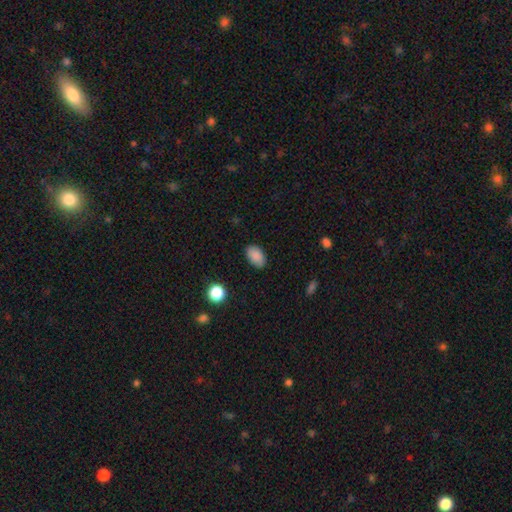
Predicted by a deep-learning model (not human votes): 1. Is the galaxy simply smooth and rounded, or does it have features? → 89% smooth, 8% star or artifact, 4% featured or disk.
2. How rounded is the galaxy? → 91% in between, 8% round, 1% cigar-shaped.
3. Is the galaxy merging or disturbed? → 86% none, 10% minor disturbance, 2% major disturbance, 1% merger.